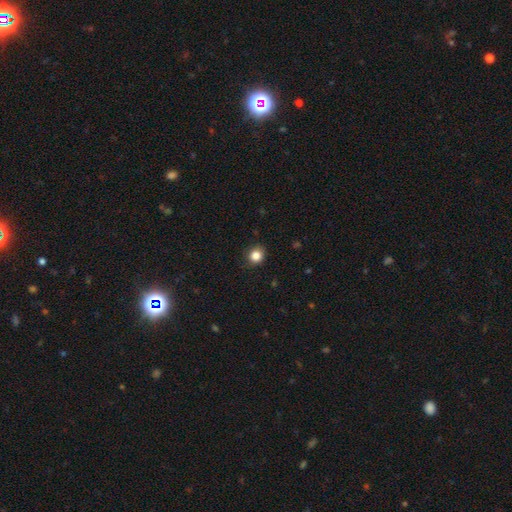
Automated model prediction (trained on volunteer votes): Smooth or featured? smooth (85%)
How rounded? round (84%)
Merging? none (88%)